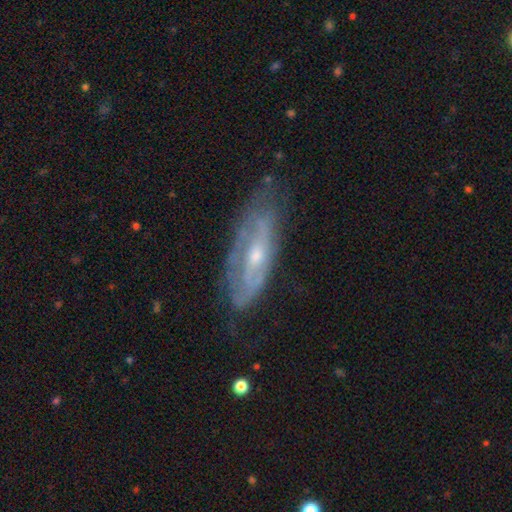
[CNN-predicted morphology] The model was most divided on "bulge size": small: 53%, moderate: 42%, none: 2%, large: 2%, dominant: 1%. More confident: edge-on disk — no (77%); smooth or featured — featured or disk (75%); spiral arms — yes (72%); merging — none (65%); bar — no (57%).